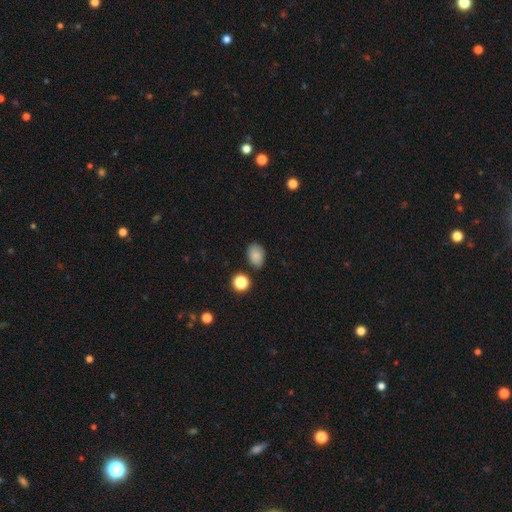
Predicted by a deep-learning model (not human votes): This appears to be a smooth galaxy with no disk features (84%) that is in between round and cigar-shaped (78%). Merging: none (78%).